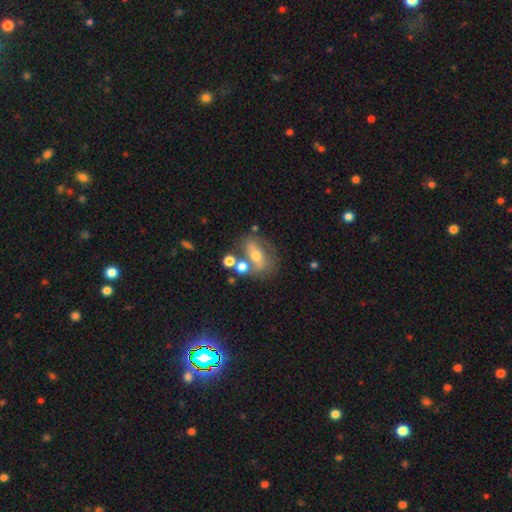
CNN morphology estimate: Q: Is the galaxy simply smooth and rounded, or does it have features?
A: featured or disk — 47%.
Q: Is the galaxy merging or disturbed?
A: none — 55%.